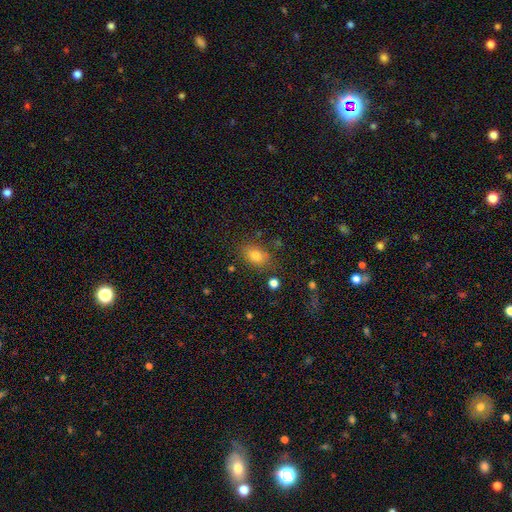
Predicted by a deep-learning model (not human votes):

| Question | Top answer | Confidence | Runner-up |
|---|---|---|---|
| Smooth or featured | smooth | 75% | star or artifact (15%) |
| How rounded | in between | 73% | round (25%) |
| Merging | none | 80% | minor disturbance (12%) |